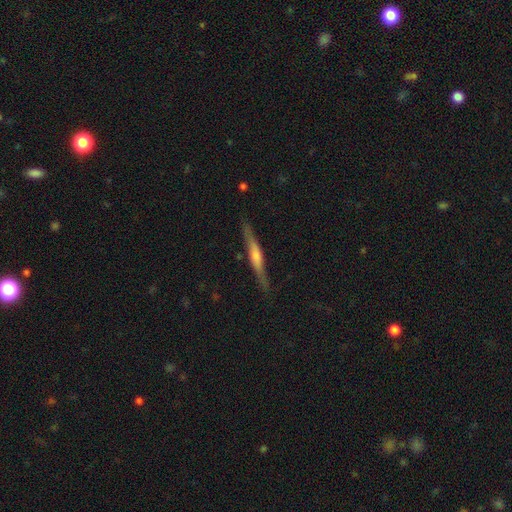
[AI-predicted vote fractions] Smooth or featured? Predicted: featured or disk (p=0.71). Edge-on disk? Predicted: yes (p=0.96). Edge-on bulge? Predicted: rounded (p=0.65). Merging? Predicted: none (p=0.86).